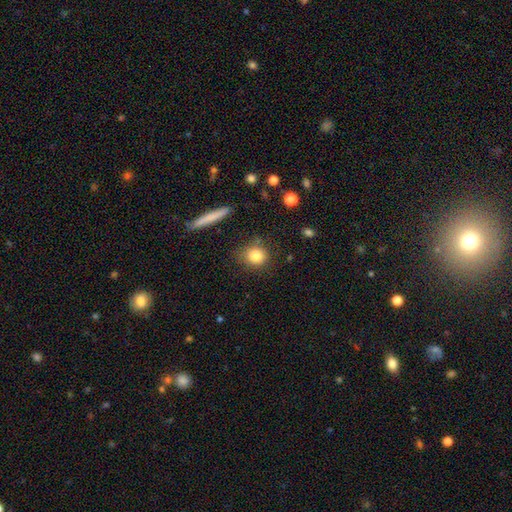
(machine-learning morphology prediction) Smooth or featured?
  - smooth: 83% *
  - star or artifact: 9%
  - featured or disk: 8%
How rounded?
  - round: 79% *
  - in between: 19%
  - cigar-shaped: 2%
Merging?
  - none: 79% *
  - minor disturbance: 13%
  - merger: 4%
  - major disturbance: 4%